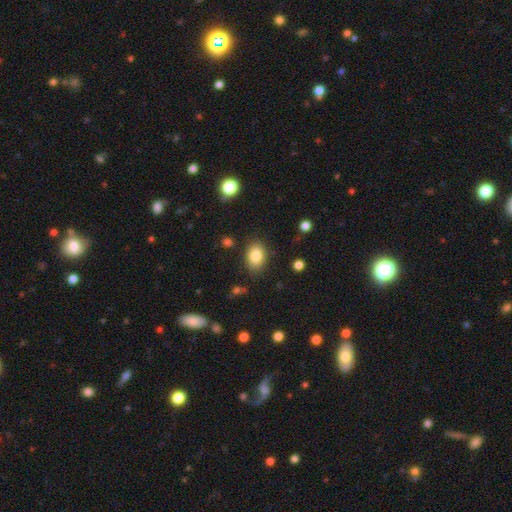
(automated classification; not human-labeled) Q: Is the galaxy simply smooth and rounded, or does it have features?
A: smooth — 84%.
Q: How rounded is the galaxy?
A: in between — 81%.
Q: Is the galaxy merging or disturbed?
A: none — 84%.